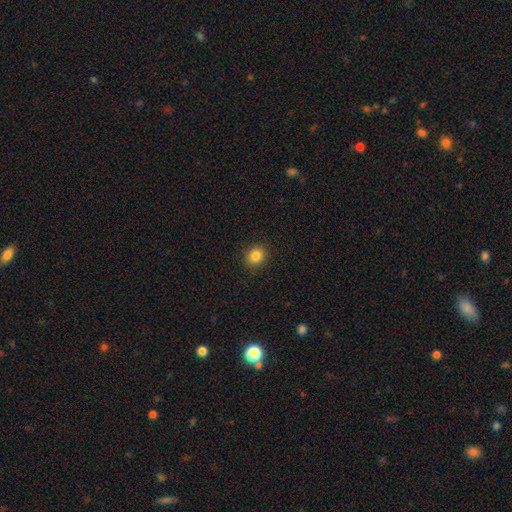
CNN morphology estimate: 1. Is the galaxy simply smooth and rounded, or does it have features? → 84% smooth, 11% star or artifact, 5% featured or disk.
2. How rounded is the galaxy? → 76% round, 23% in between, 1% cigar-shaped.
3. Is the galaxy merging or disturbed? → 90% none, 7% minor disturbance, 2% major disturbance, 1% merger.